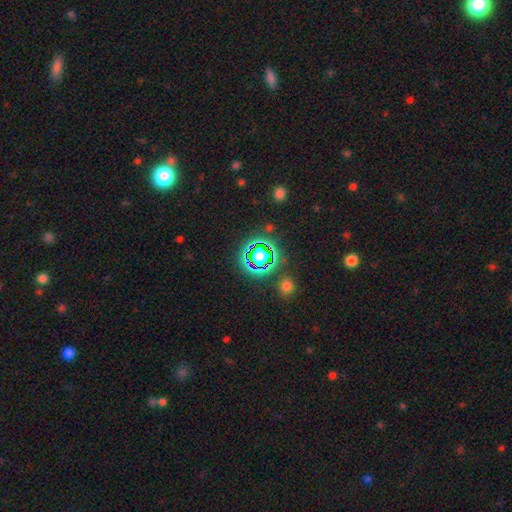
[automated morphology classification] smooth-or-featured: star or artifact: 77% | smooth: 15% | featured or disk: 8%